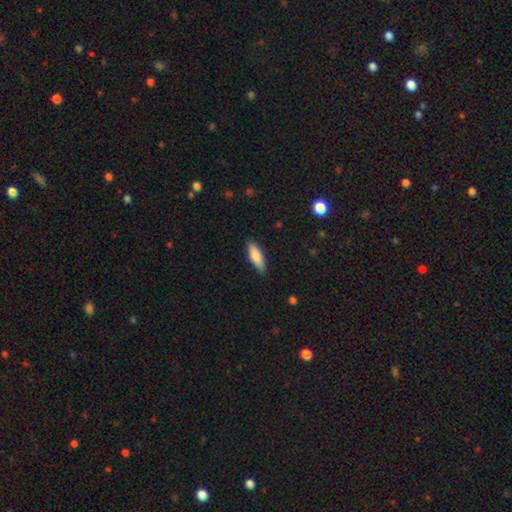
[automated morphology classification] A smooth galaxy with no disk features (85%) that is in between round and cigar-shaped (63%). Merging: none (83%).